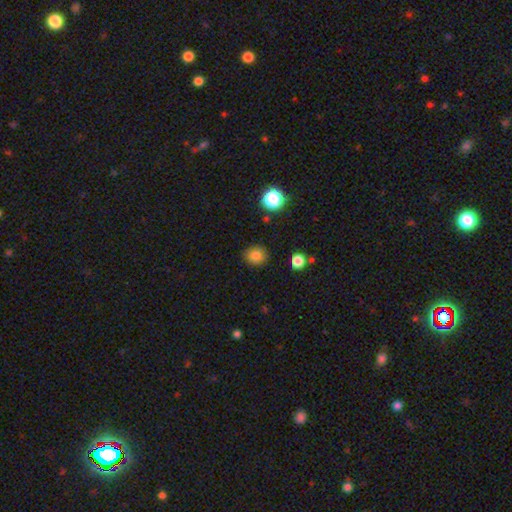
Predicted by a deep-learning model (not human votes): Smooth or featured?
  - smooth: 82% *
  - star or artifact: 12%
  - featured or disk: 6%
How rounded?
  - round: 80% *
  - in between: 19%
  - cigar-shaped: 1%
Merging?
  - none: 85% *
  - minor disturbance: 11%
  - major disturbance: 3%
  - merger: 2%